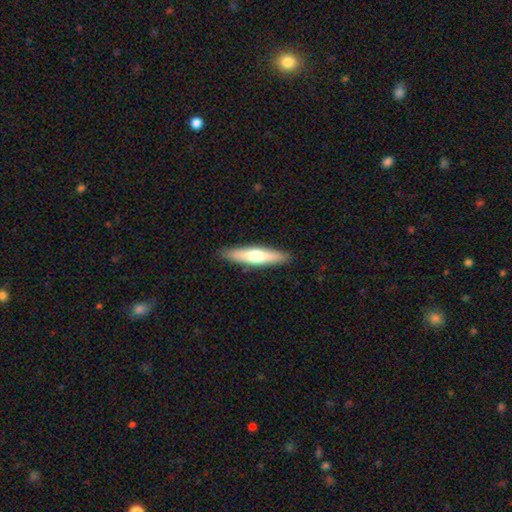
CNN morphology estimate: Smooth or featured? Predicted: smooth (p=0.59). How rounded? Predicted: cigar-shaped (p=0.83). Merging? Predicted: none (p=0.89).